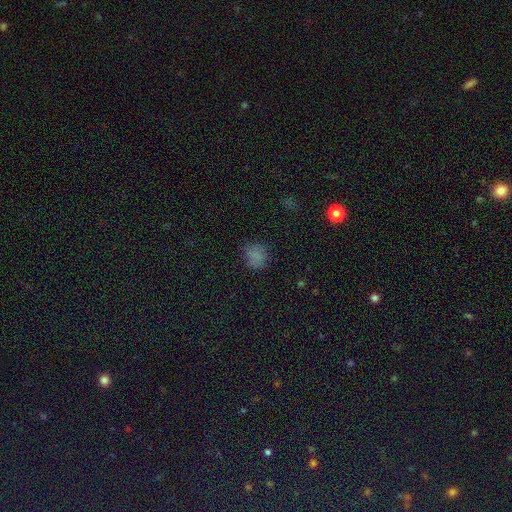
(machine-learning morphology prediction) Q: Smooth or featured?
A: smooth (75%); runner-up: star or artifact (19%)
Q: How rounded?
A: round (81%); runner-up: in between (18%)
Q: Merging?
A: none (76%); runner-up: minor disturbance (17%)